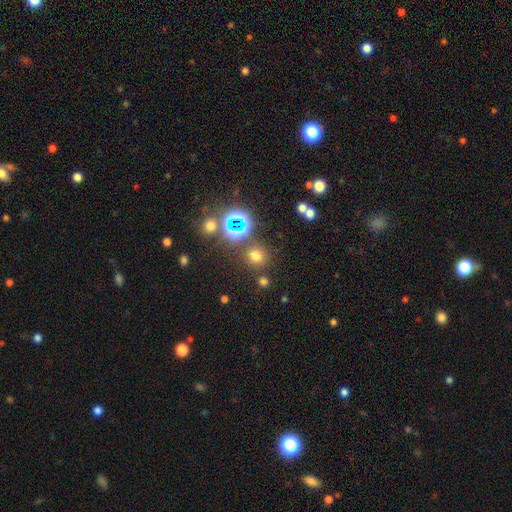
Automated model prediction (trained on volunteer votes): A smooth galaxy with no disk features (64%) that is round (88%).

Vote fractions:
- Smooth or featured? smooth: 64% / star or artifact: 29% / featured or disk: 7%
- How rounded? round: 88% / in between: 11% / cigar-shaped: 1%
- Merging? none: 82% / minor disturbance: 8% / merger: 6% / major disturbance: 4%